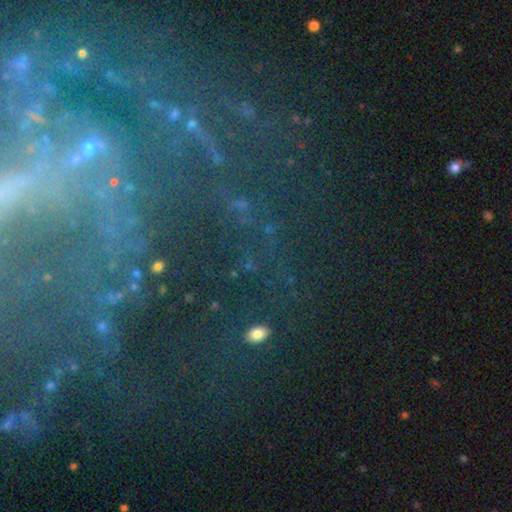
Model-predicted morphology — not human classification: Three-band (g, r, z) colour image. It shows a featured or disk galaxy (48%). Merging: none (57%).